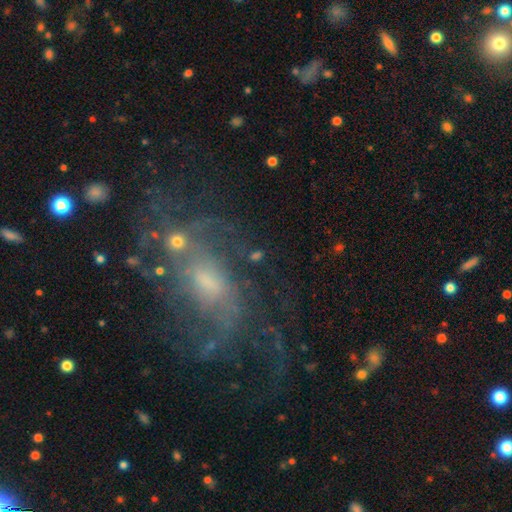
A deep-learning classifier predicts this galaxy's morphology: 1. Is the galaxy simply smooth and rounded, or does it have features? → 49% featured or disk, 30% smooth, 21% star or artifact.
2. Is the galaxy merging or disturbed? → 60% none, 18% minor disturbance, 14% major disturbance, 8% merger.